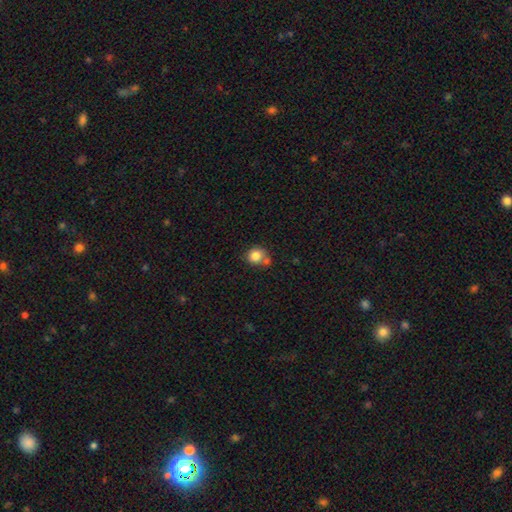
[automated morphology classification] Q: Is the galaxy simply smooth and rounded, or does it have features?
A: smooth — 81%.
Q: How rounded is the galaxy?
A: round — 79%.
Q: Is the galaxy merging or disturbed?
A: none — 51%.